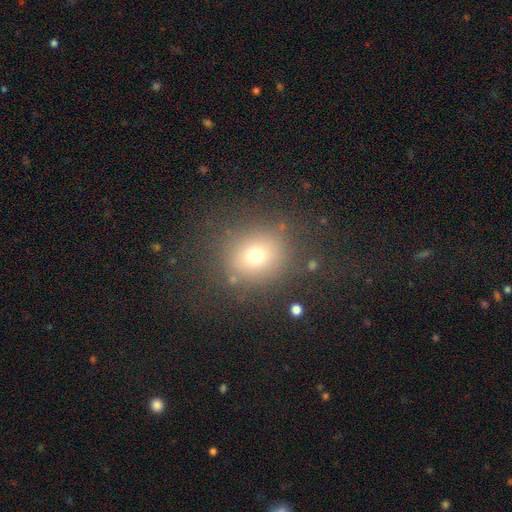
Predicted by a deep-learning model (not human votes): Q: Smooth or featured?
A: smooth (70%); runner-up: star or artifact (18%)
Q: How rounded?
A: round (83%); runner-up: in between (16%)
Q: Merging?
A: none (81%); runner-up: minor disturbance (10%)